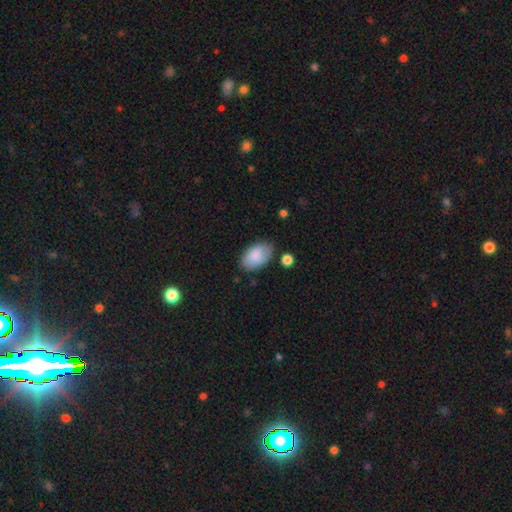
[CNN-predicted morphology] smooth_or_featured: smooth (p=0.84) [alt: featured or disk p=0.09]
how_rounded: in between (p=0.93) [alt: round p=0.05]
merging: none (p=0.69) [alt: minor disturbance p=0.22]